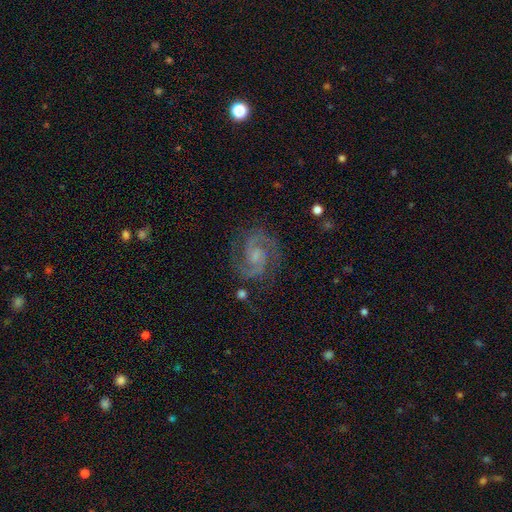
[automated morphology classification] A featured or disk galaxy (90%) with no bar (51%), 2 (92%) medium (59%) spiral arms (98%) and a small central bulge (49%). Merging: none (80%).